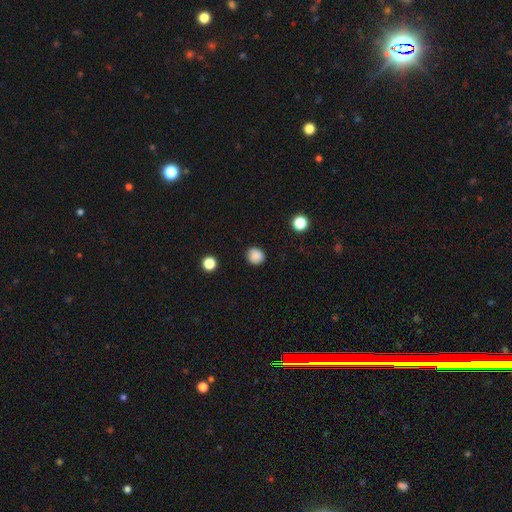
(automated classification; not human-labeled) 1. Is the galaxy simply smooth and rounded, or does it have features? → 87% smooth, 10% star or artifact, 3% featured or disk.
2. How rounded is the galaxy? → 84% round, 15% in between, 1% cigar-shaped.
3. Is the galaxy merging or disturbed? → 89% none, 8% minor disturbance, 2% major disturbance, 1% merger.